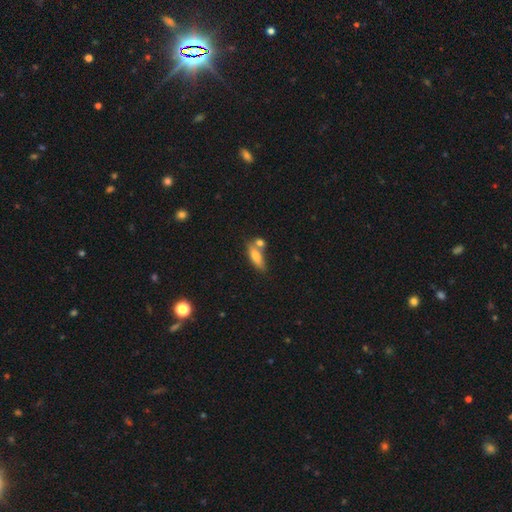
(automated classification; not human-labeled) Overall: smooth (72%). How rounded: in between (53%; cigar-shaped 43%). Merging: none (50%; merger 30%).